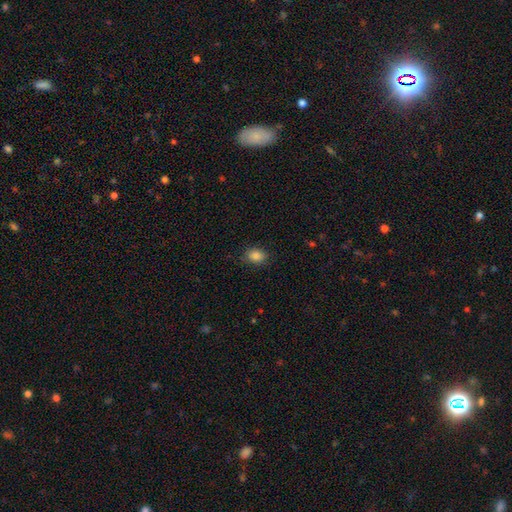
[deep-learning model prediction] This is clearly a smooth galaxy (86%). How rounded: likely in between (71%). Merging: clearly none (85%).